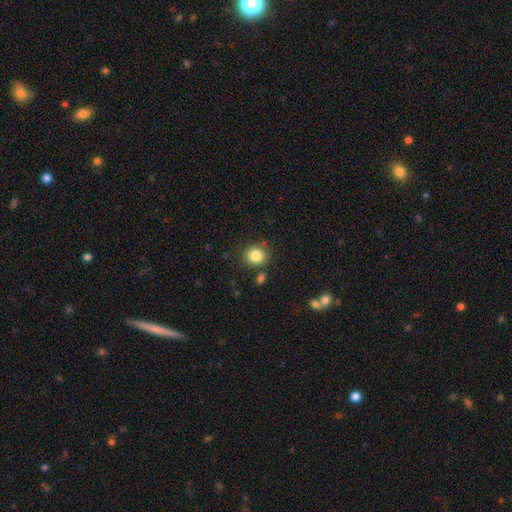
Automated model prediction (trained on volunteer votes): A smooth galaxy with no disk features (84%) that is round (87%).

Vote fractions:
- Smooth or featured? smooth: 84% / star or artifact: 10% / featured or disk: 6%
- How rounded? round: 87% / in between: 12% / cigar-shaped: 1%
- Merging? none: 81% / minor disturbance: 10% / merger: 6% / major disturbance: 3%